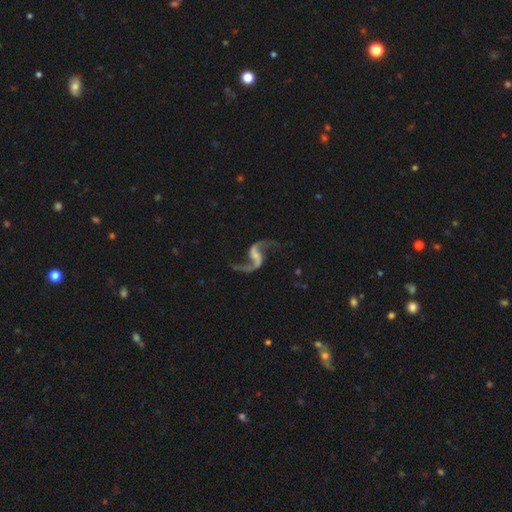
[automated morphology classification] Smooth or featured? featured or disk (92%)
Edge-on disk? no (98%)
Bar? weak (44%)
Spiral arms? yes (97%)
Spiral winding? loose (88%)
Spiral arm count? 2 (94%)
Bulge size? small (42%)
Merging? none (76%)